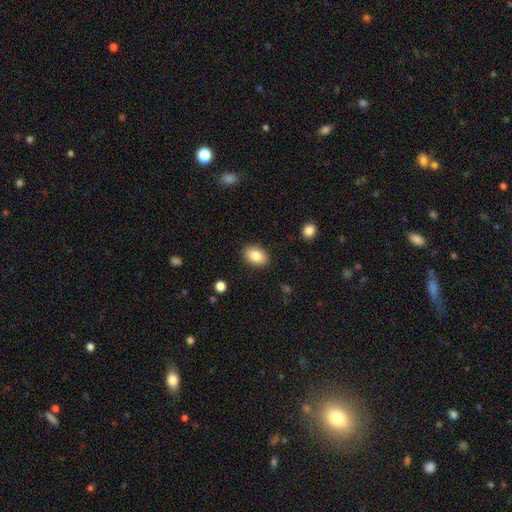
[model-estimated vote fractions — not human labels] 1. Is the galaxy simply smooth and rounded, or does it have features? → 85% smooth, 8% featured or disk, 7% star or artifact.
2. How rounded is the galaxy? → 81% in between, 18% round, 1% cigar-shaped.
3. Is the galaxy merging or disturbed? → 88% none, 9% minor disturbance, 2% major disturbance, 1% merger.